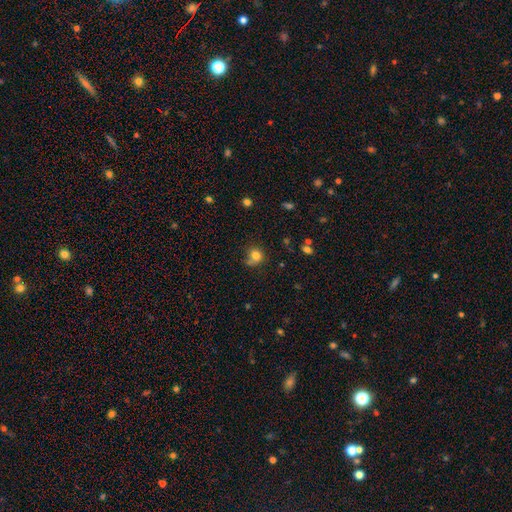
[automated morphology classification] This is likely a smooth galaxy (79%). How rounded: clearly round (85%). Merging: likely none (60%).